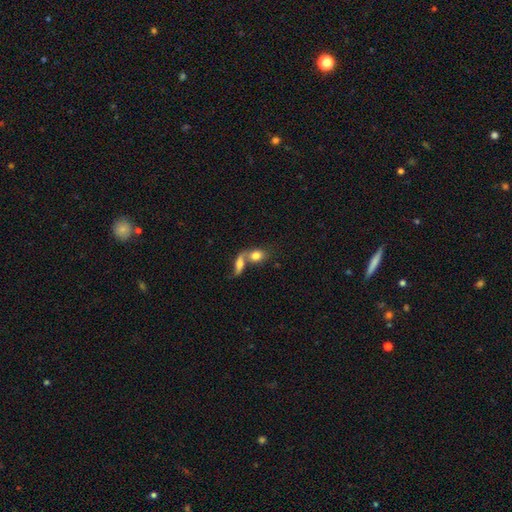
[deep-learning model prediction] Morphology: type=smooth (73%); roundness=in between (59%); merging=merger (59%).